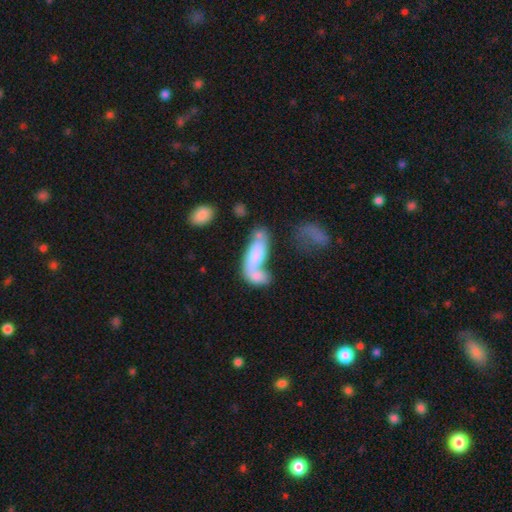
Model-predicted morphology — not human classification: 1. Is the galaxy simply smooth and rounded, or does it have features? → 67% smooth, 26% featured or disk, 7% star or artifact.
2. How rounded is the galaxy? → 71% in between, 26% cigar-shaped, 3% round.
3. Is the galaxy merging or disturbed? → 61% merger, 20% none, 10% major disturbance, 10% minor disturbance.